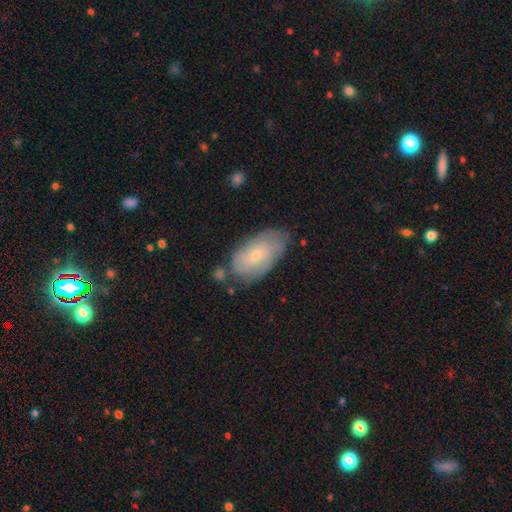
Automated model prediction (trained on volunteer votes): smooth_or_featured: featured or disk (p=0.53) [alt: smooth p=0.41]
disk_edge_on: no (p=0.93) [alt: yes p=0.07]
merging: none (p=0.65) [alt: minor disturbance p=0.23]